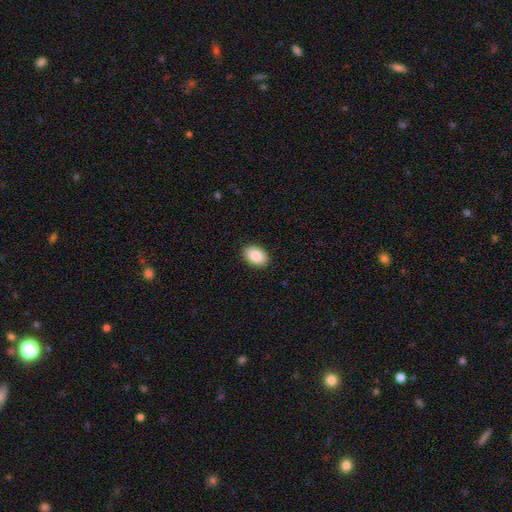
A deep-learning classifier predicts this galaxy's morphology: This is clearly a smooth galaxy (90%). How rounded: clearly in between (88%). Merging: clearly none (89%).